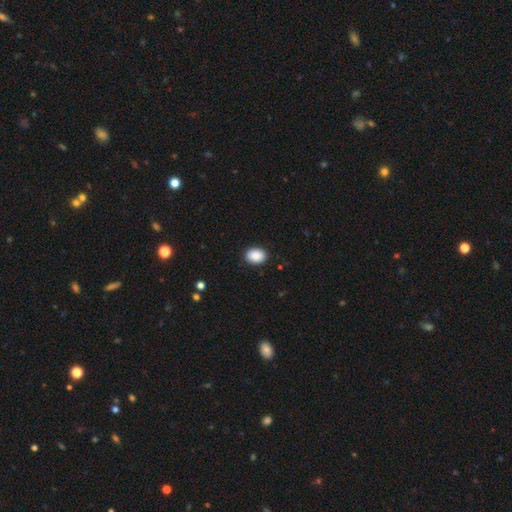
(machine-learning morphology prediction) type=smooth (90%); roundness=in between (70%); merging=none (90%).